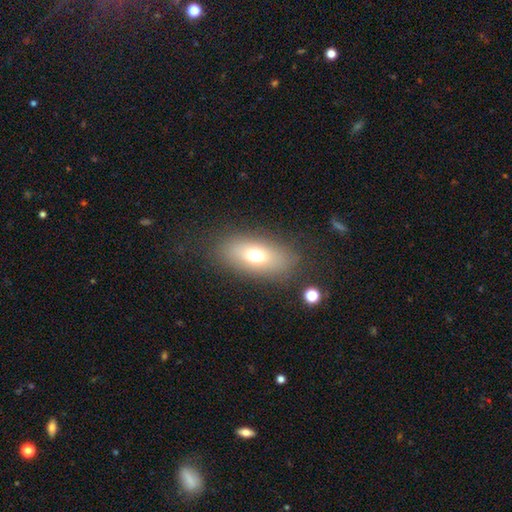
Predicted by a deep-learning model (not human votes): Smooth or featured?
  - smooth: 67% *
  - featured or disk: 21%
  - star or artifact: 12%
How rounded?
  - in between: 83% *
  - round: 8%
  - cigar-shaped: 8%
Merging?
  - none: 81% *
  - minor disturbance: 11%
  - major disturbance: 6%
  - merger: 2%